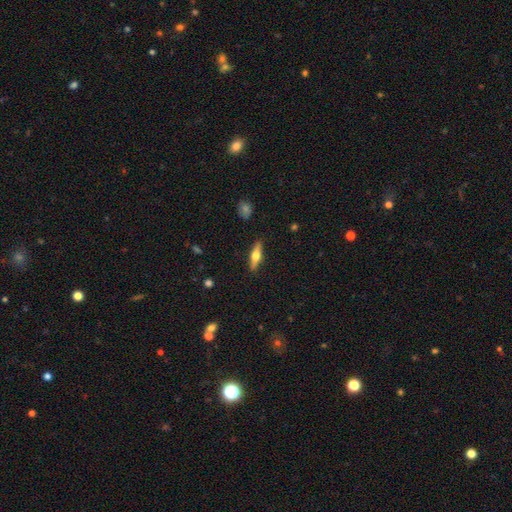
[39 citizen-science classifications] Smooth or featured?
  - featured or disk: 59% *
  - smooth: 38%
  - star or artifact: 3%
Edge-on disk?
  - yes: 100% *
  - no: 0%
Edge-on bulge?
  - rounded: 96% *
  - boxy: 4%
  - none: 0%
Merging?
  - none: 95% *
  - minor disturbance: 5%
  - major disturbance: 0%
  - merger: 0%